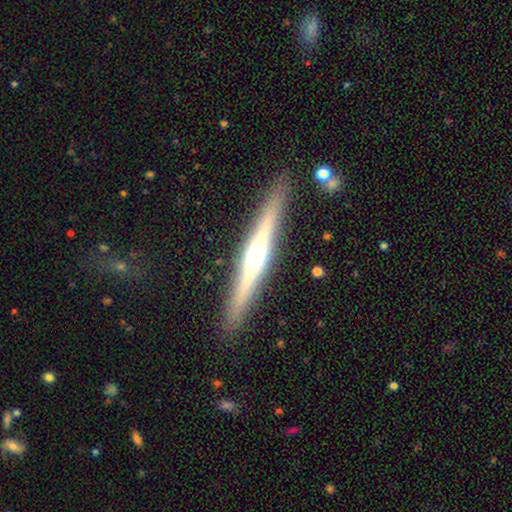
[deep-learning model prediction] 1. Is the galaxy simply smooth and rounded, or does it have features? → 73% featured or disk, 20% smooth, 6% star or artifact.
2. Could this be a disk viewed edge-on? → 98% yes, 2% no.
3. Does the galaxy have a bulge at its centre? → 89% rounded, 6% none, 5% boxy.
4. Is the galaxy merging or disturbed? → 90% none, 7% minor disturbance, 2% major disturbance, 1% merger.